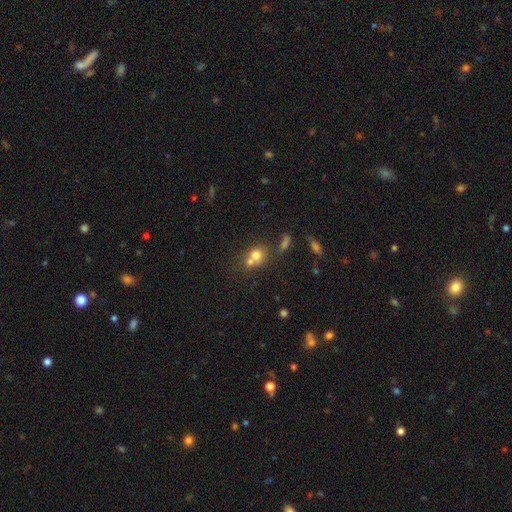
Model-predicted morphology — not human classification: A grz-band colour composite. It shows a smooth galaxy with no disk features (70%) that is round (72%). Merging: merger (51%).